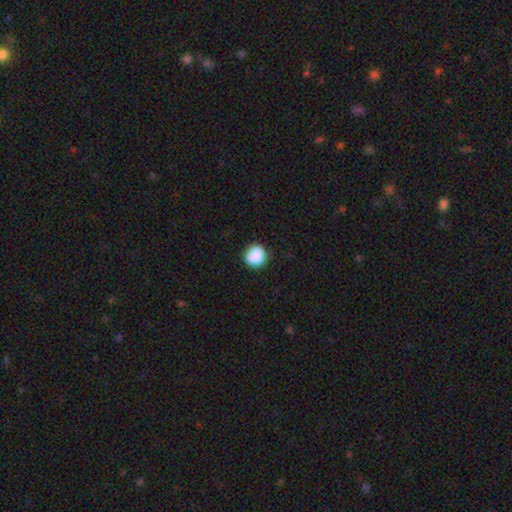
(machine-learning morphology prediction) smooth-or-featured: smooth: 86% | star or artifact: 9% | featured or disk: 5%
  how-rounded: round: 86% | in between: 13% | cigar-shaped: 1%
  merging: none: 77% | minor disturbance: 17% | major disturbance: 4% | merger: 2%